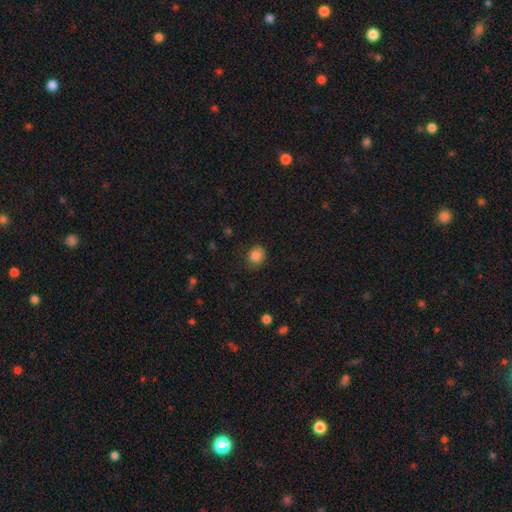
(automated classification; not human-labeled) Morphology: type=smooth (85%); roundness=round (63%); merging=none (78%).